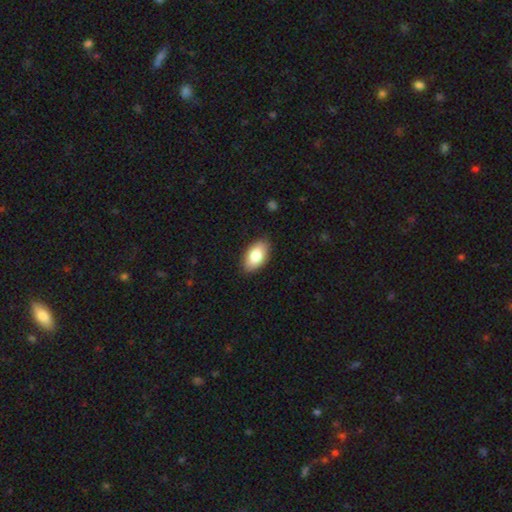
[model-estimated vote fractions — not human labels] Overall: smooth (82%). How rounded: in between (94%). Merging: none (86%).